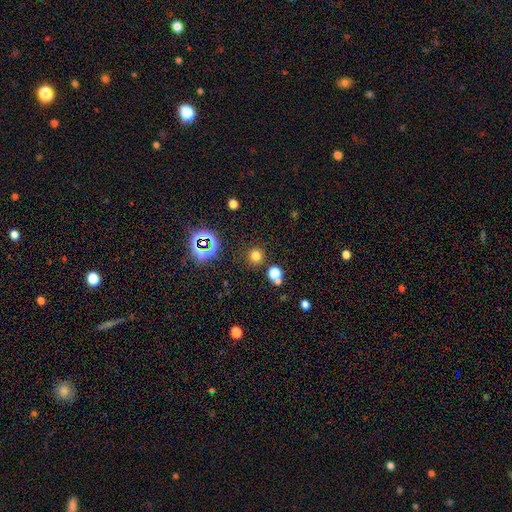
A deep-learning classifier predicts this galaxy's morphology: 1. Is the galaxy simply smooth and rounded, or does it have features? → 70% smooth, 24% star or artifact, 6% featured or disk.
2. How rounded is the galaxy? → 92% round, 7% in between, 1% cigar-shaped.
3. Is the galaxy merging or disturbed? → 85% none, 7% minor disturbance, 5% merger, 3% major disturbance.